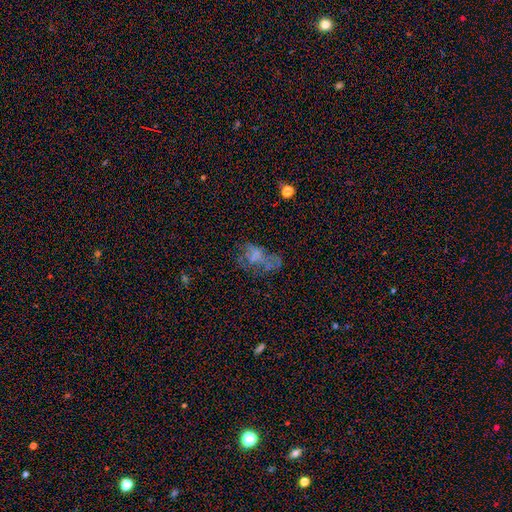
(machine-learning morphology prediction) smooth-or-featured: featured or disk: 40% | smooth: 36% | star or artifact: 24%
  merging: none: 39% | major disturbance: 35% | minor disturbance: 19% | merger: 8%